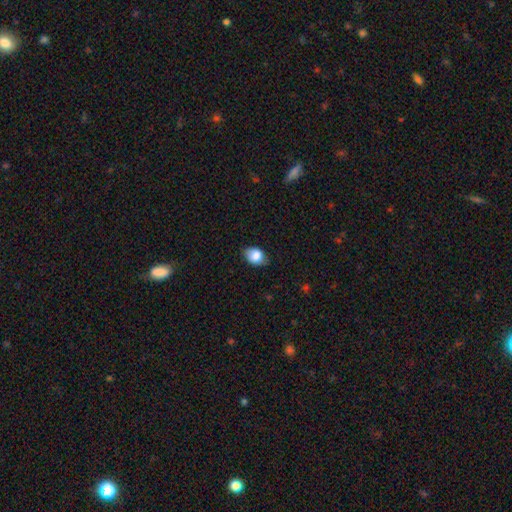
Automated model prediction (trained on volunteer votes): Smooth or featured? smooth (84%)
How rounded? in between (71%)
Merging? none (77%)